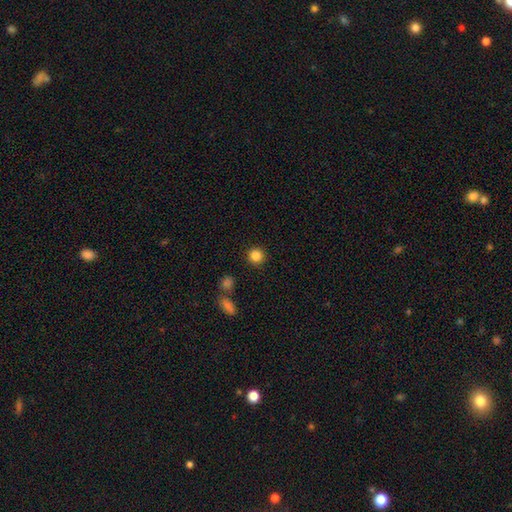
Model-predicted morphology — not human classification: smooth-or-featured: smooth: 84% | star or artifact: 11% | featured or disk: 5%
  how-rounded: round: 94% | in between: 5% | cigar-shaped: 1%
  merging: none: 90% | minor disturbance: 5% | merger: 2% | major disturbance: 2%